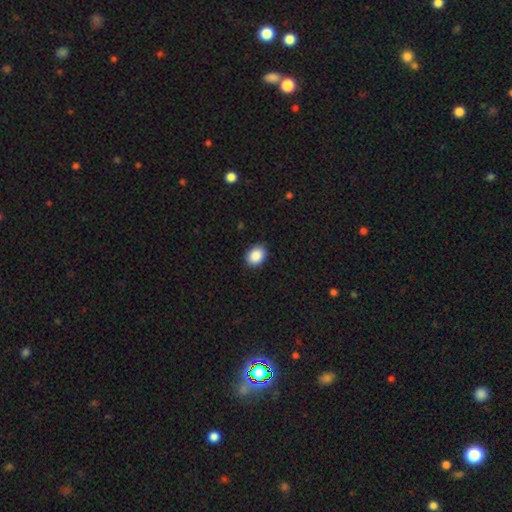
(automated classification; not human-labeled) Morphology: type=smooth (89%); roundness=in between (68%); merging=none (89%).